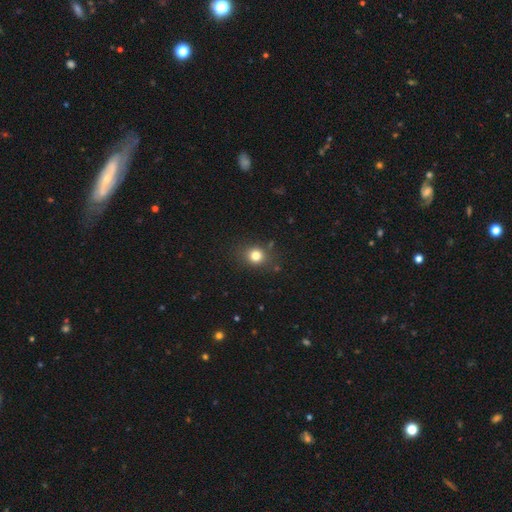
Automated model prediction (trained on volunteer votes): Smooth or featured? Predicted: smooth (p=0.79). How rounded? Predicted: round (p=0.74). Merging? Predicted: none (p=0.83).